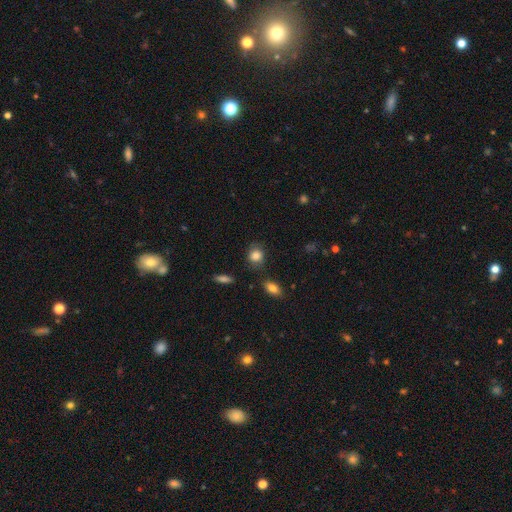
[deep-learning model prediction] Smooth or featured?
  - smooth: 84% *
  - star or artifact: 9%
  - featured or disk: 7%
How rounded?
  - round: 60% *
  - in between: 38%
  - cigar-shaped: 2%
Merging?
  - none: 72% *
  - minor disturbance: 19%
  - major disturbance: 5%
  - merger: 4%